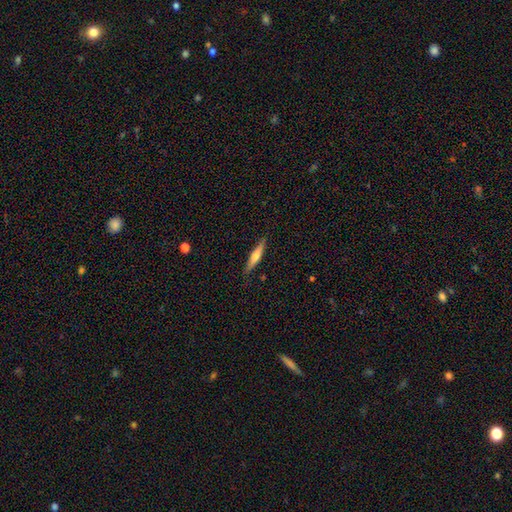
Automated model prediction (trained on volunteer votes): smooth_or_featured: smooth (p=0.48) [alt: featured or disk p=0.46]
merging: none (p=0.87) [alt: minor disturbance p=0.09]